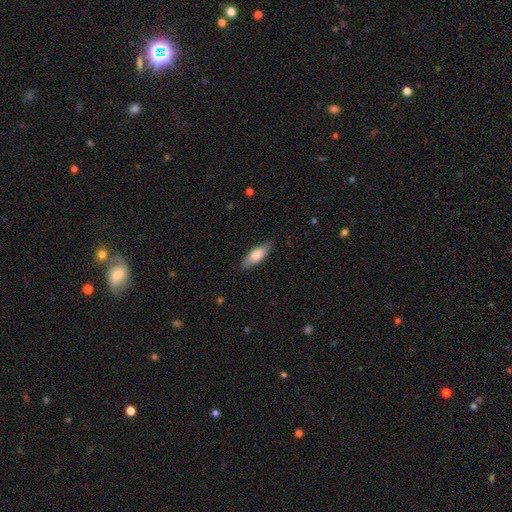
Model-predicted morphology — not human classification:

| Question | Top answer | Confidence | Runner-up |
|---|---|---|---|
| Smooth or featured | smooth | 72% | featured or disk (22%) |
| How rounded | in between | 69% | cigar-shaped (29%) |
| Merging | none | 84% | minor disturbance (13%) |